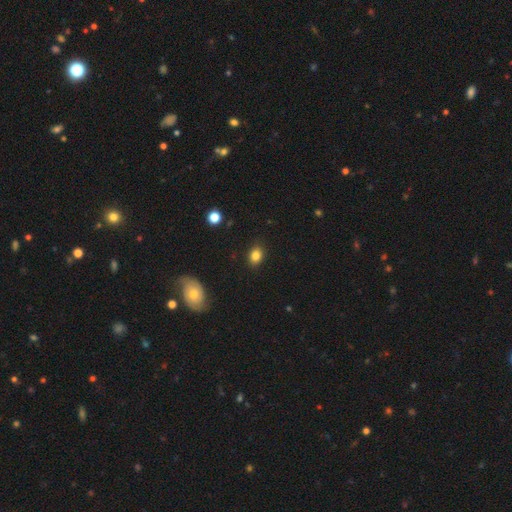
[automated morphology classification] Overall: smooth (83%). How rounded: in between (63%; round 36%). Merging: none (87%).